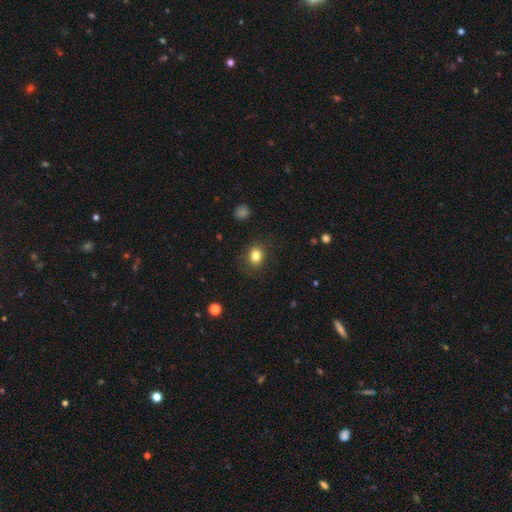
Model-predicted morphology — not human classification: Smooth or featured? Predicted: smooth (p=0.83). How rounded? Predicted: round (p=0.65). Merging? Predicted: none (p=0.86).